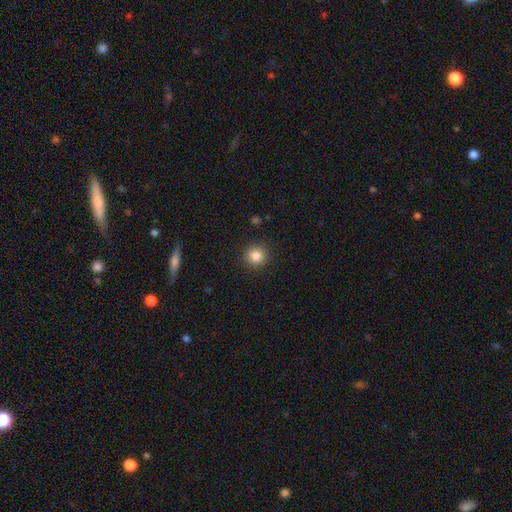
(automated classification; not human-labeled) smooth-or-featured: smooth: 84% | star or artifact: 11% | featured or disk: 5%
  how-rounded: round: 93% | in between: 6% | cigar-shaped: 1%
  merging: none: 91% | minor disturbance: 6% | major disturbance: 2% | merger: 1%